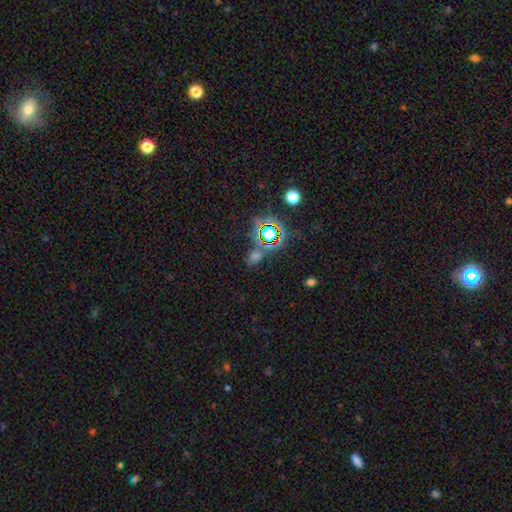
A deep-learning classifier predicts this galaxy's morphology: The model was most divided on "smooth or featured": star or artifact: 55%, smooth: 36%, featured or disk: 9%.